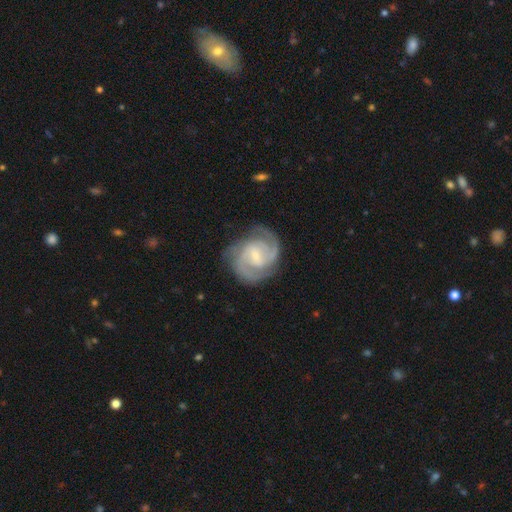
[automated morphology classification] smooth-or-featured: featured or disk: 90% | smooth: 6% | star or artifact: 4%
  disk-edge-on: no: 98% | yes: 2%
    bar: weak: 54% | no: 31% | strong: 15%
    has-spiral-arms: yes: 98% | no: 2%
      spiral-winding: tight: 48% | medium: 45% | loose: 7%
      spiral-arm-count: 2: 56% | 3: 23% | can't tell: 9% | 4: 4% | 1: 4% | more than 4: 3%
    bulge-size: small: 68% | moderate: 25% | none: 5% | large: 2% | dominant: 1%
  merging: none: 76% | minor disturbance: 16% | major disturbance: 6% | merger: 1%